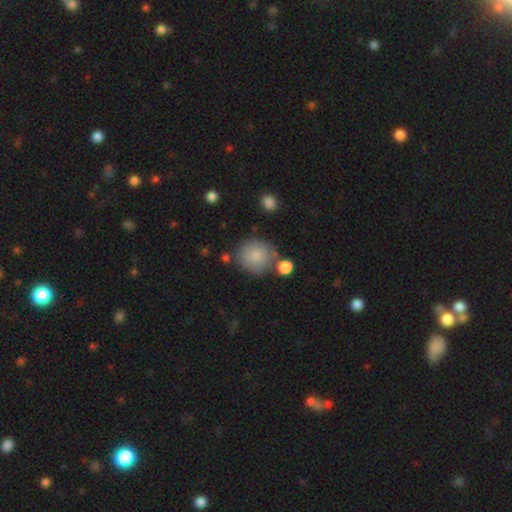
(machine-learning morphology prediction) Q: Smooth or featured?
A: smooth (85%); runner-up: star or artifact (8%)
Q: How rounded?
A: round (90%); runner-up: in between (9%)
Q: Merging?
A: none (69%); runner-up: minor disturbance (14%)